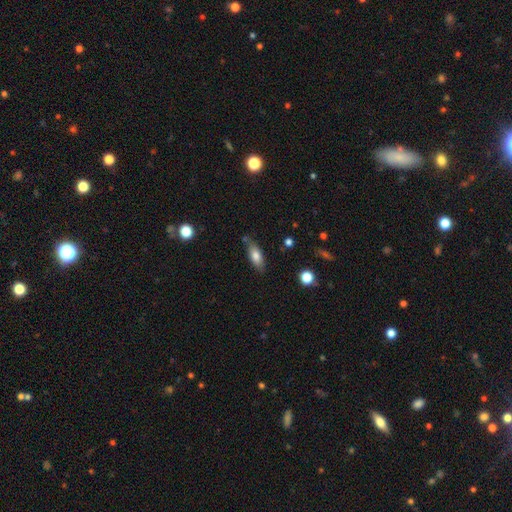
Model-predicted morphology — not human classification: smooth_or_featured: smooth (p=0.75) [alt: featured or disk p=0.18]
how_rounded: in between (p=0.76) [alt: cigar-shaped p=0.21]
merging: none (p=0.71) [alt: minor disturbance p=0.20]